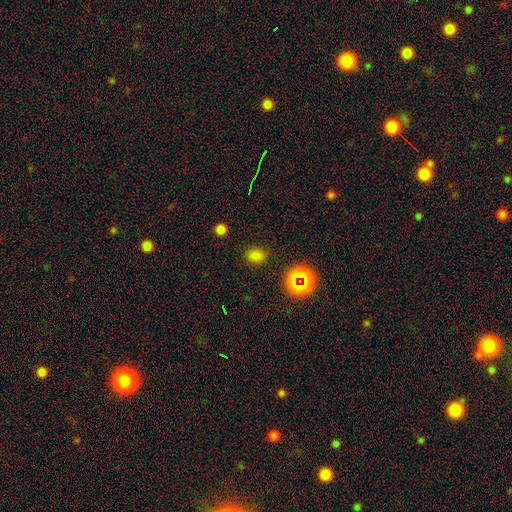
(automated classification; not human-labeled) Smooth or featured: smooth — 71% (star or artifact — 24%)
How rounded: in between — 53% (round — 46%)
Merging: none — 82% (minor disturbance — 12%)